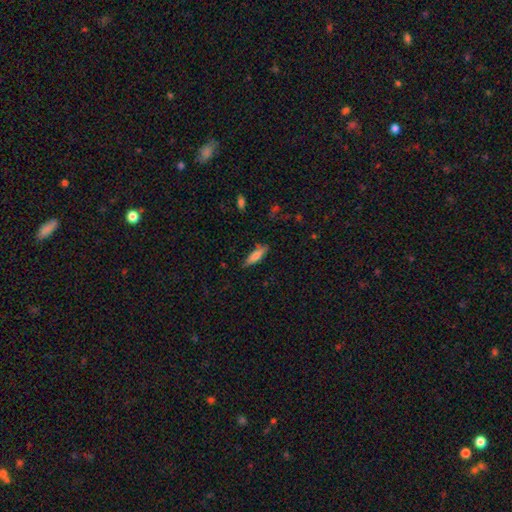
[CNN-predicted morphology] Smooth or featured? Predicted: smooth (p=0.67). How rounded? Predicted: cigar-shaped (p=0.69). Merging? Predicted: none (p=0.83).